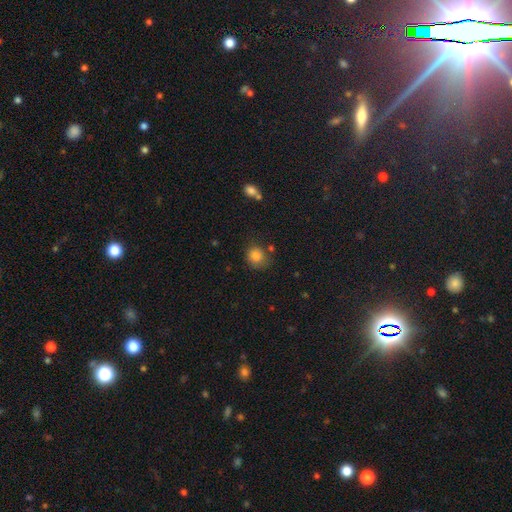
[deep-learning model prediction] Smooth or featured? Predicted: smooth (p=0.83). How rounded? Predicted: round (p=0.79). Merging? Predicted: none (p=0.71).